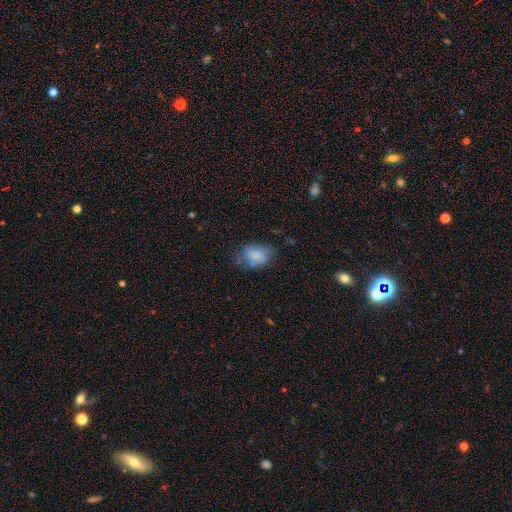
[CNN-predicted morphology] smooth_or_featured: smooth (p=0.75) [alt: featured or disk p=0.16]
how_rounded: in between (p=0.80) [alt: round p=0.18]
merging: none (p=0.49) [alt: minor disturbance p=0.31]